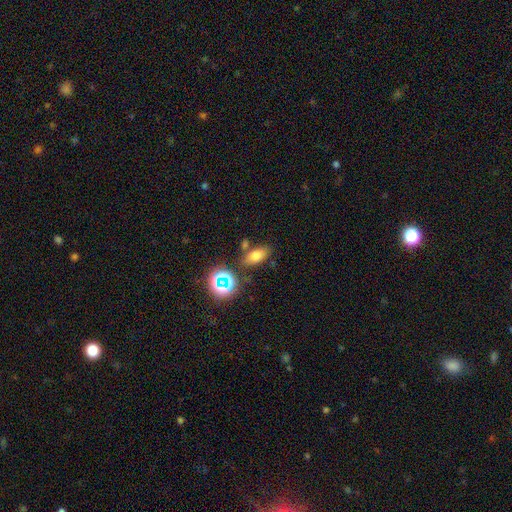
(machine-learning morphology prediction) smooth_or_featured: smooth (p=0.68) [alt: star or artifact p=0.18]
how_rounded: in between (p=0.81) [alt: round p=0.11]
merging: none (p=0.73) [alt: minor disturbance p=0.13]